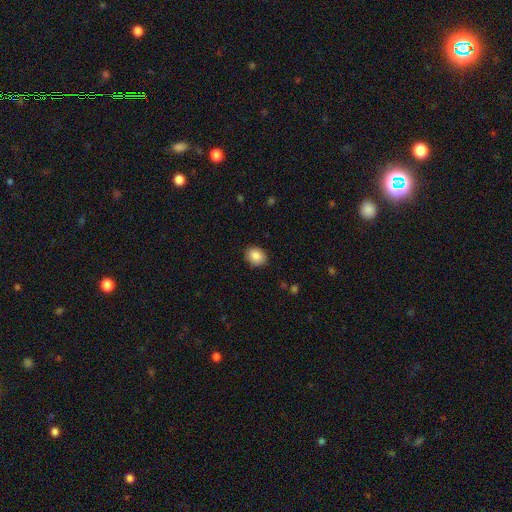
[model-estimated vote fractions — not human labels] Smooth or featured? Predicted: smooth (p=0.87). How rounded? Predicted: in between (p=0.55). Merging? Predicted: none (p=0.89).